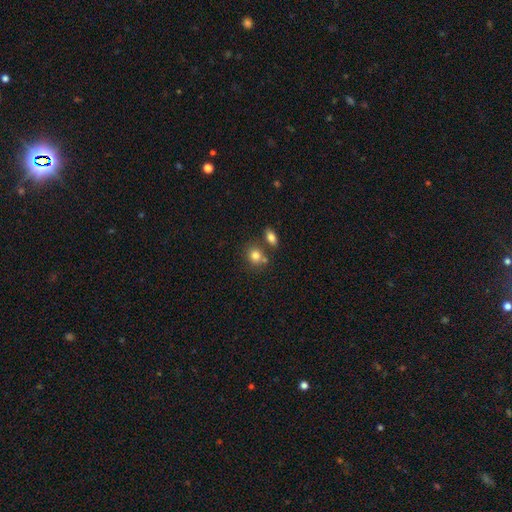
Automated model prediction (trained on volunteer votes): smooth_or_featured: smooth (p=0.80) [alt: star or artifact p=0.11]
how_rounded: round (p=0.69) [alt: in between p=0.29]
merging: none (p=0.60) [alt: merger p=0.26]